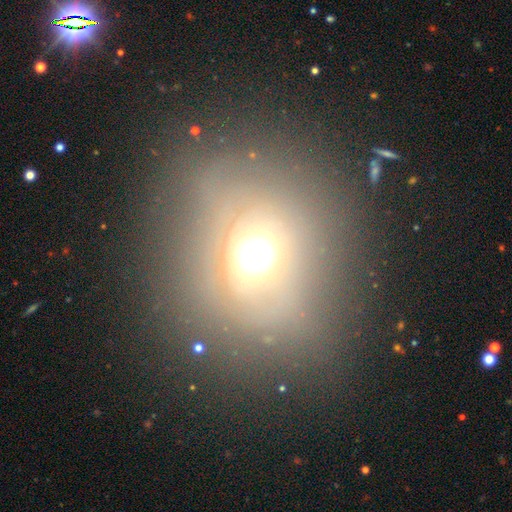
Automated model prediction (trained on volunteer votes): smooth-or-featured: smooth: 43% | featured or disk: 38% | star or artifact: 19%
  merging: none: 68% | minor disturbance: 15% | major disturbance: 13% | merger: 4%